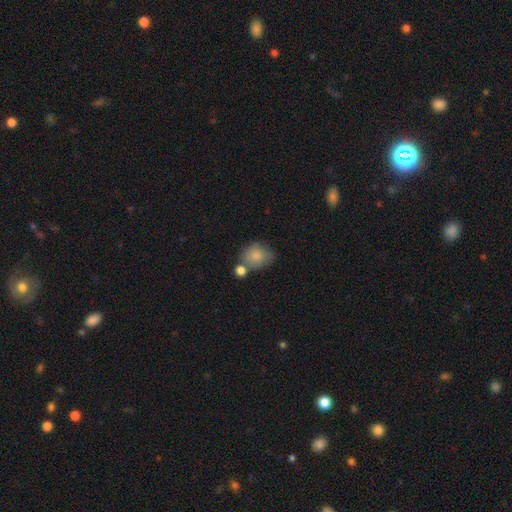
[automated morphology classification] A smooth galaxy with no disk features (81%) that is round (52%).

Vote fractions:
- Smooth or featured? smooth: 81% / featured or disk: 11% / star or artifact: 8%
- How rounded? round: 52% / in between: 47% / cigar-shaped: 1%
- Merging? none: 47% / merger: 24% / minor disturbance: 21% / major disturbance: 8%